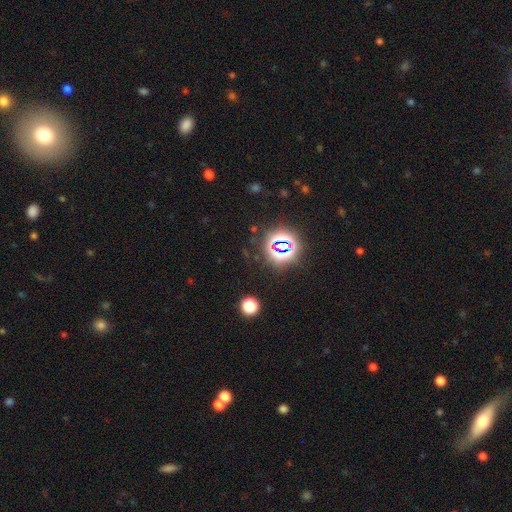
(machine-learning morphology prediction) Smooth or featured?
  - star or artifact: 78% *
  - smooth: 15%
  - featured or disk: 8%